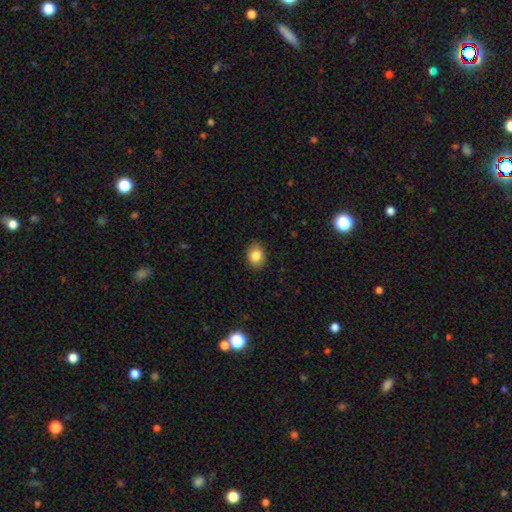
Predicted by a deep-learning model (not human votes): Smooth or featured: smooth — 84% (star or artifact — 9%)
How rounded: in between — 54% (round — 45%)
Merging: none — 88% (minor disturbance — 9%)